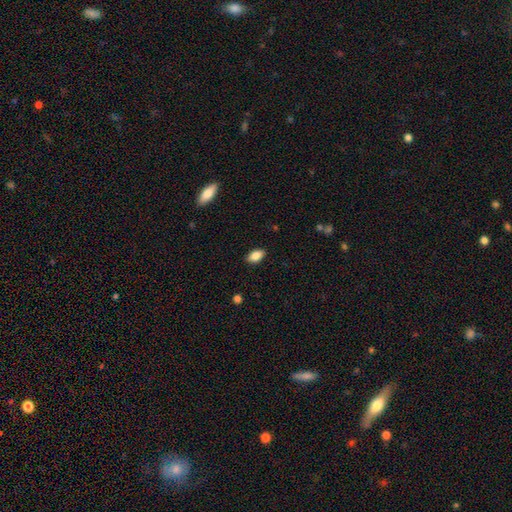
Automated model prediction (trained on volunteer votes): smooth-or-featured: smooth: 86% | star or artifact: 8% | featured or disk: 6%
  how-rounded: in between: 92% | round: 5% | cigar-shaped: 4%
  merging: none: 88% | minor disturbance: 9% | major disturbance: 2% | merger: 1%